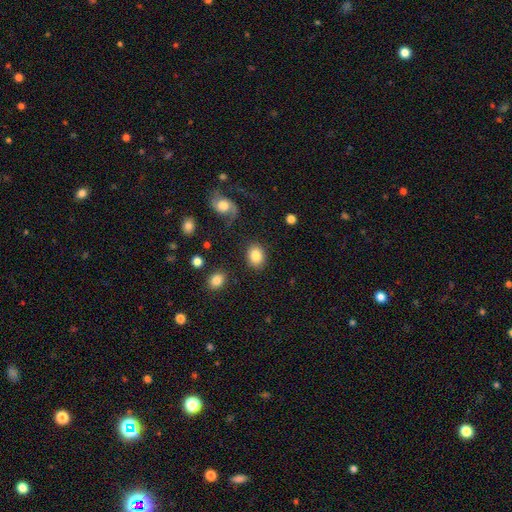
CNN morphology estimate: Smooth or featured: smooth — 83% (featured or disk — 10%)
How rounded: in between — 55% (round — 44%)
Merging: none — 86% (minor disturbance — 9%)